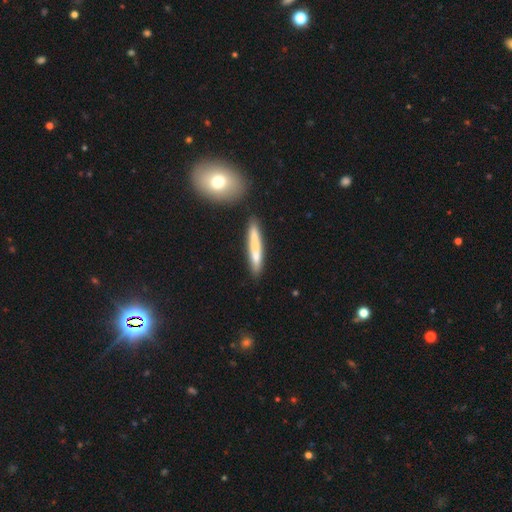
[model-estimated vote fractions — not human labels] smooth-or-featured: smooth: 69% | featured or disk: 24% | star or artifact: 6%
  how-rounded: cigar-shaped: 92% | in between: 6% | round: 2%
  merging: none: 80% | minor disturbance: 11% | merger: 6% | major disturbance: 3%